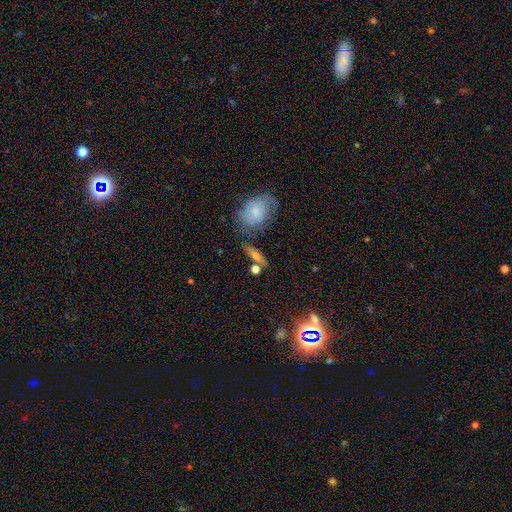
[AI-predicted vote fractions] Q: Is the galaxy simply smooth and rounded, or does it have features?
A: smooth — 51%.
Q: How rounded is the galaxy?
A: cigar-shaped — 50%.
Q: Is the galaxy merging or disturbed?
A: none — 66%.